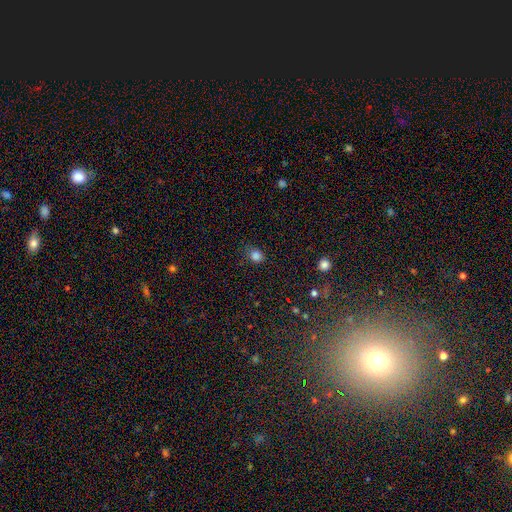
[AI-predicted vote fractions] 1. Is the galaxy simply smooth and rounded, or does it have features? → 82% smooth, 14% star or artifact, 4% featured or disk.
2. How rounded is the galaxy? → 62% round, 37% in between, 1% cigar-shaped.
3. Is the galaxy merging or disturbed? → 69% none, 23% minor disturbance, 6% major disturbance, 2% merger.